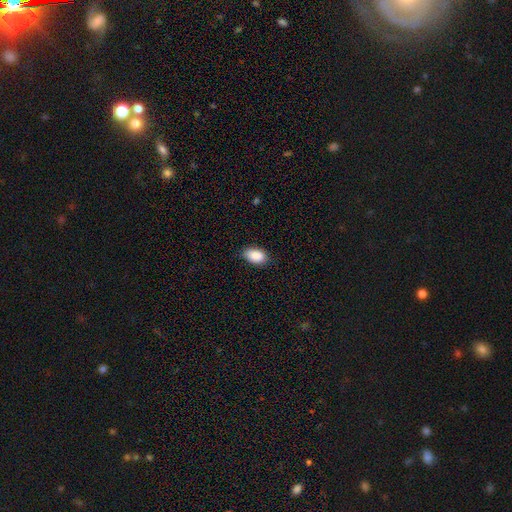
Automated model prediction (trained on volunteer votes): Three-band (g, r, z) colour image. It shows a smooth galaxy with no disk features (90%) that is in between round and cigar-shaped (92%). Merging: none (81%).